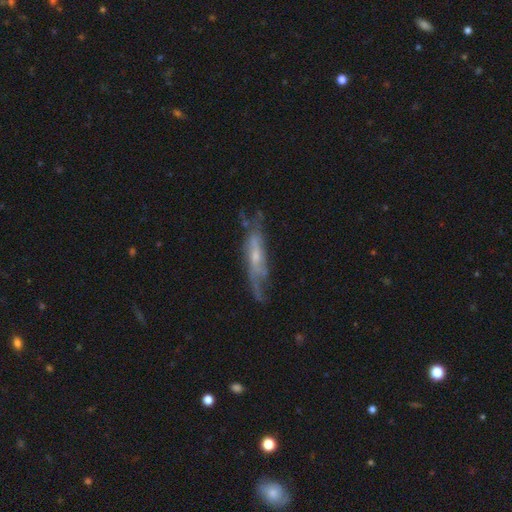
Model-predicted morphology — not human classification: Smooth or featured: featured or disk — 69% (smooth — 24%)
Edge-on disk: no — 57% (yes — 43%)
Merging: none — 53% (minor disturbance — 26%)